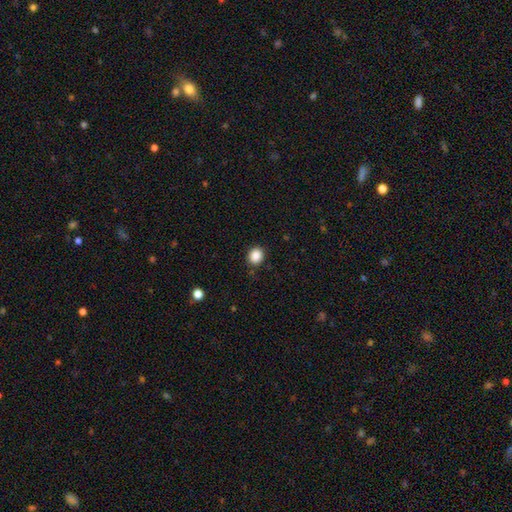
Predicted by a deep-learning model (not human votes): smooth 87%, star or artifact 10%, featured or disk 3%. Down the decision tree: how rounded — round (78%); merging — none (88%).